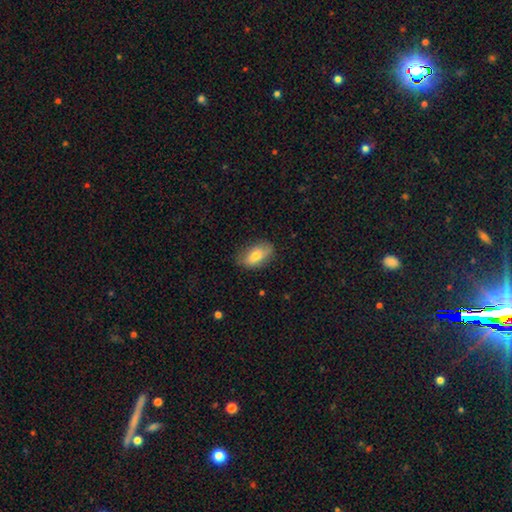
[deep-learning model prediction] This is likely a smooth galaxy (73%). How rounded: clearly in between (91%). Merging: likely none (77%).